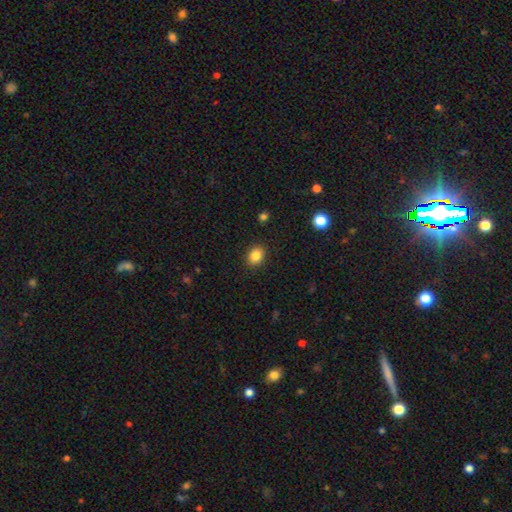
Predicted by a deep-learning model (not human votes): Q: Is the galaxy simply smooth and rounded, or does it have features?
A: smooth — 85%.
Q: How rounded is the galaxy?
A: in between — 58%.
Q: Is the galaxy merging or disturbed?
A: none — 89%.